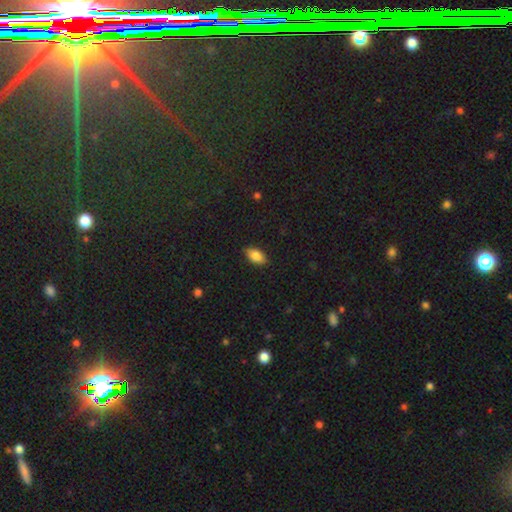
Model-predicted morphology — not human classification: This appears to be a smooth galaxy with no disk features (84%) that is in between round and cigar-shaped (92%). Merging: none (87%).